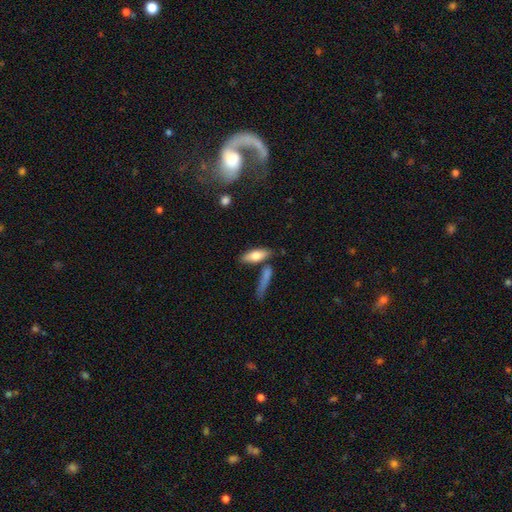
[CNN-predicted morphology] A smooth galaxy with no disk features (71%) that is in between round and cigar-shaped (60%). Merging: none (67%).